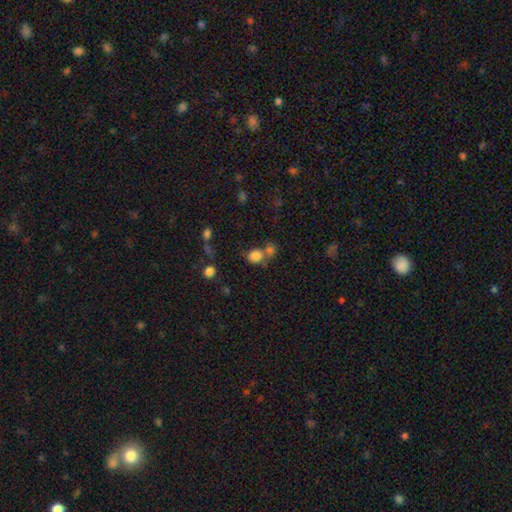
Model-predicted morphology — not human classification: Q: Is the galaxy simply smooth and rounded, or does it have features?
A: smooth — 81%.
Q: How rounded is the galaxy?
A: round — 64%.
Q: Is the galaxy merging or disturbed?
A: none — 48%.